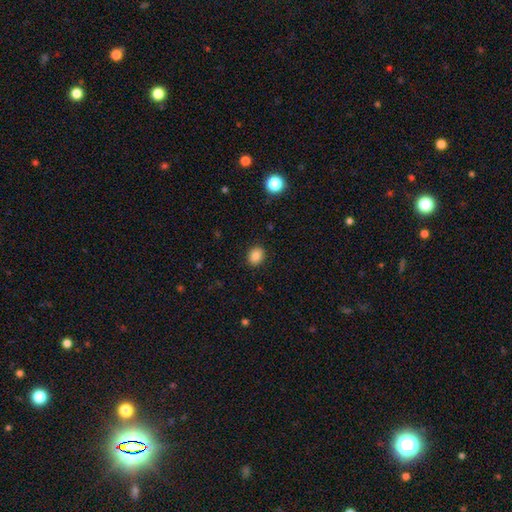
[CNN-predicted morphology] A smooth galaxy with no disk features (86%) that is round (58%). Merging: none (90%).